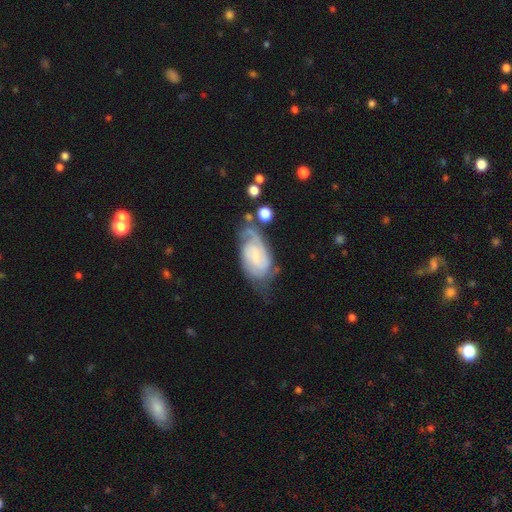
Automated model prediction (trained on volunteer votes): Smooth or featured? featured or disk (80%)
Edge-on disk? no (96%)
Bar? no (45%)
Spiral arms? yes (95%)
Spiral winding? tight (55%)
Spiral arm count? 2 (55%)
Bulge size? small (59%)
Merging? none (50%)